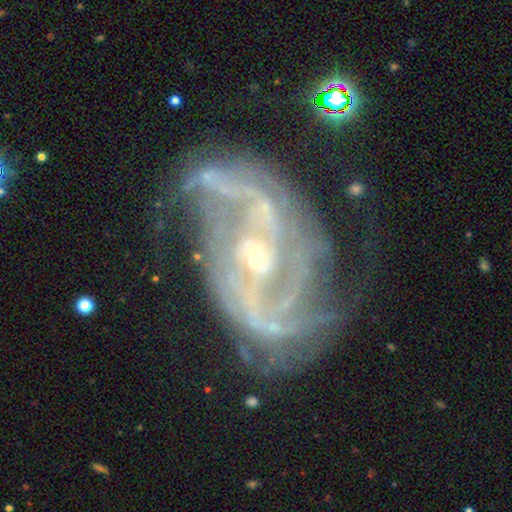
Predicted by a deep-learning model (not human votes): Smooth or featured?
  - featured or disk: 90% *
  - star or artifact: 7%
  - smooth: 3%
Edge-on disk?
  - no: 96% *
  - yes: 4%
Bar?
  - strong: 36% *
  - weak: 35%
  - no: 29%
Spiral arms?
  - yes: 96% *
  - no: 4%
Spiral winding?
  - medium: 46% *
  - tight: 29%
  - loose: 25%
Spiral arm count?
  - 2: 54% *
  - can't tell: 15%
  - 3: 13%
  - 4: 7%
  - 1: 6%
  - more than 4: 6%
Bulge size?
  - small: 66% *
  - moderate: 31%
  - large: 2%
  - none: 1%
  - dominant: 1%
Merging?
  - none: 57% *
  - minor disturbance: 21%
  - major disturbance: 18%
  - merger: 4%